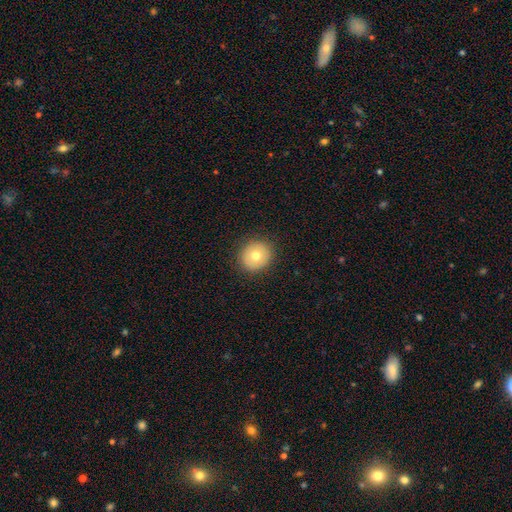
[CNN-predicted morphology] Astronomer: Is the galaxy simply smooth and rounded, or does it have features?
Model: smooth — 71%.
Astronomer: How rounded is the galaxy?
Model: round — 88%.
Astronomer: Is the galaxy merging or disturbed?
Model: none — 90%.